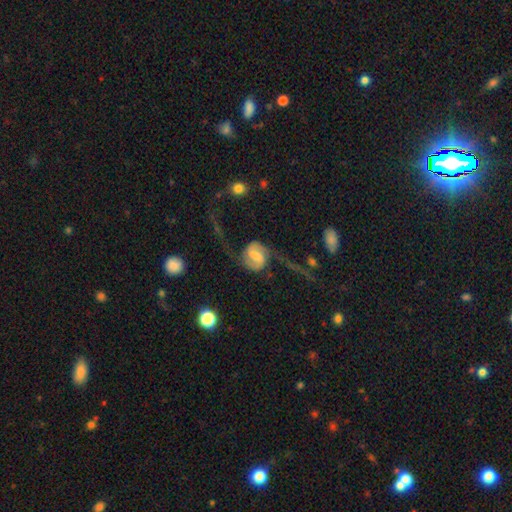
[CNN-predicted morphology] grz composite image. It shows a featured or disk galaxy (84%) with a weak bar (51%), 2 (94%) loose (50%) spiral arms (96%) and a moderate central bulge (35%). Merging: none (60%).